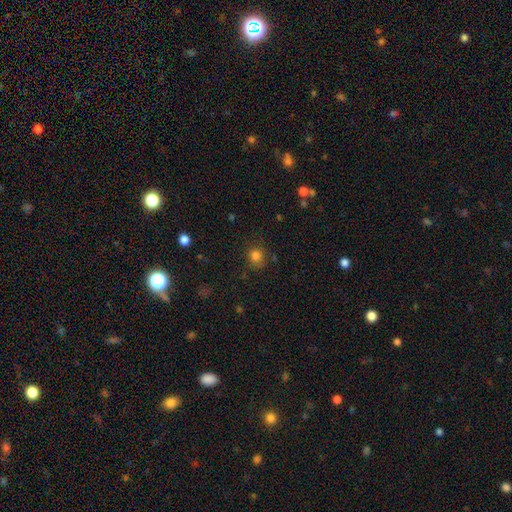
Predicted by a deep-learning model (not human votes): A smooth galaxy with no disk features (81%) that is round (83%).

Vote fractions:
- Smooth or featured? smooth: 81% / star or artifact: 14% / featured or disk: 5%
- How rounded? round: 83% / in between: 16% / cigar-shaped: 1%
- Merging? none: 80% / minor disturbance: 13% / major disturbance: 4% / merger: 2%